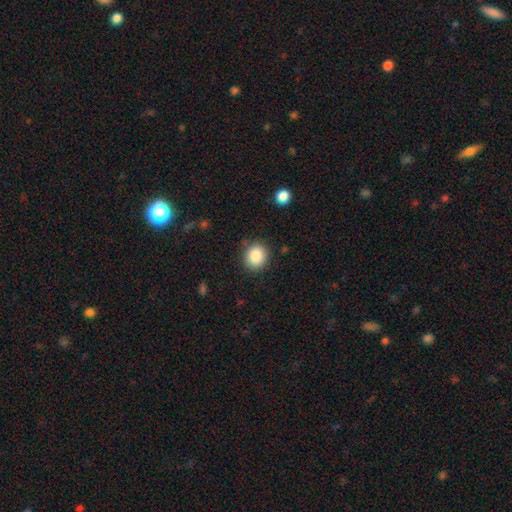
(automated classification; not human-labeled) Smooth or featured: smooth — 86% (star or artifact — 9%)
How rounded: round — 78% (in between — 21%)
Merging: none — 87% (minor disturbance — 9%)